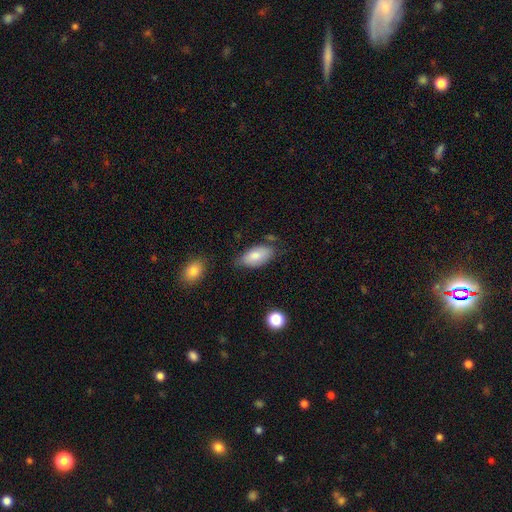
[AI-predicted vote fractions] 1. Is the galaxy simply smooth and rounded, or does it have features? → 81% smooth, 12% featured or disk, 7% star or artifact.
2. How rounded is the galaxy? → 93% in between, 4% cigar-shaped, 3% round.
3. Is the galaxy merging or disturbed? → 65% none, 25% minor disturbance, 5% major disturbance, 5% merger.